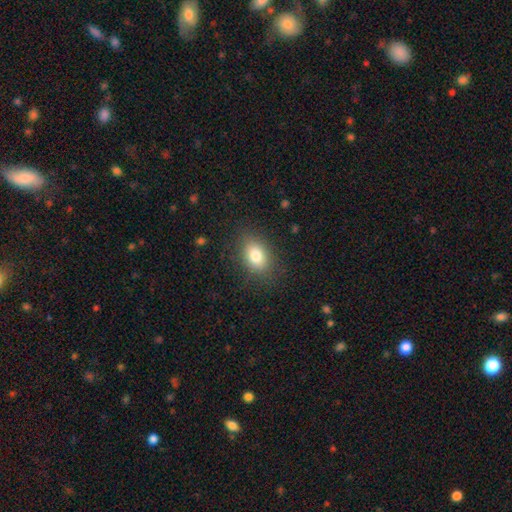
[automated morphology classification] type=smooth (81%); roundness=in between (78%); merging=none (83%).